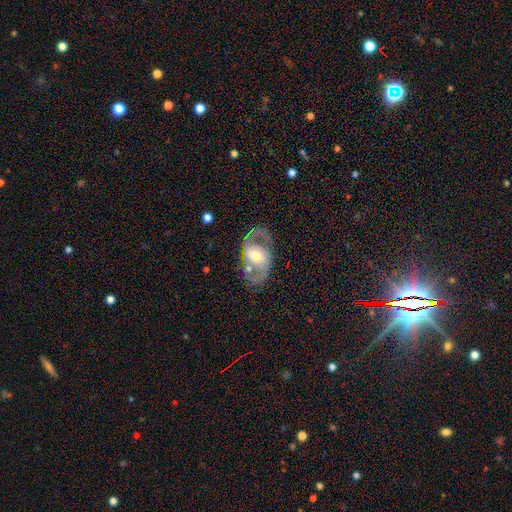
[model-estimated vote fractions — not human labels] Q: Smooth or featured?
A: featured or disk (82%); runner-up: smooth (13%)
Q: Edge-on disk?
A: no (95%); runner-up: yes (5%)
Q: Bar?
A: weak (41%); runner-up: no (35%)
Q: Spiral arms?
A: yes (83%); runner-up: no (17%)
Q: Spiral winding?
A: medium (52%); runner-up: loose (31%)
Q: Spiral arm count?
A: 2 (87%); runner-up: can't tell (6%)
Q: Bulge size?
A: moderate (65%); runner-up: small (22%)
Q: Merging?
A: none (69%); runner-up: minor disturbance (16%)